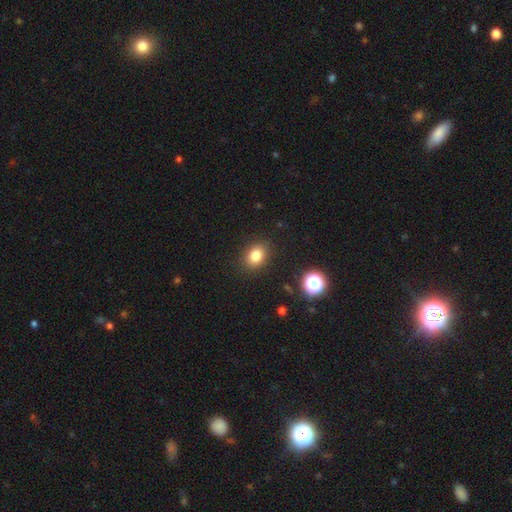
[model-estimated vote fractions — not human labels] smooth 81%, star or artifact 12%, featured or disk 6%. Down the decision tree: how rounded — in between (58%); merging — none (88%).